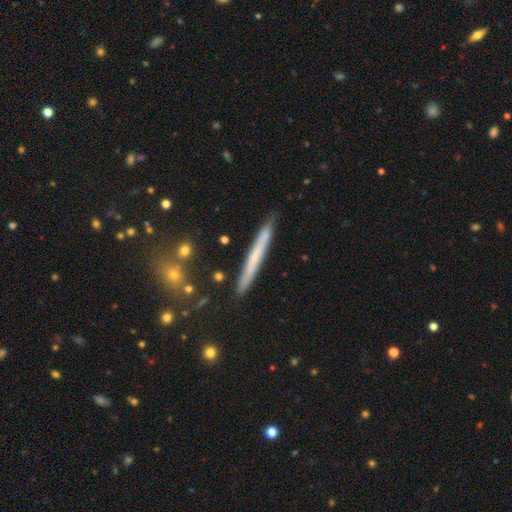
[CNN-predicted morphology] smooth 51%, featured or disk 41%, star or artifact 7%. Down the decision tree: how rounded — cigar-shaped (97%); merging — none (87%).